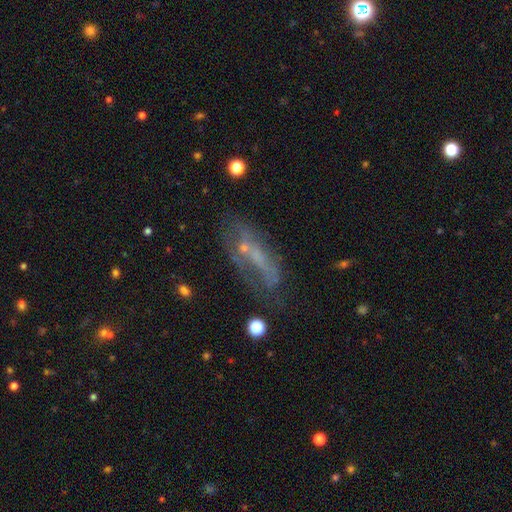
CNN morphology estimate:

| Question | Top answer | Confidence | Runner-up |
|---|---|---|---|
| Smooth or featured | featured or disk | 50% | smooth (33%) |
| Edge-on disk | no | 72% | yes (28%) |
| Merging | none | 42% | major disturbance (26%) |